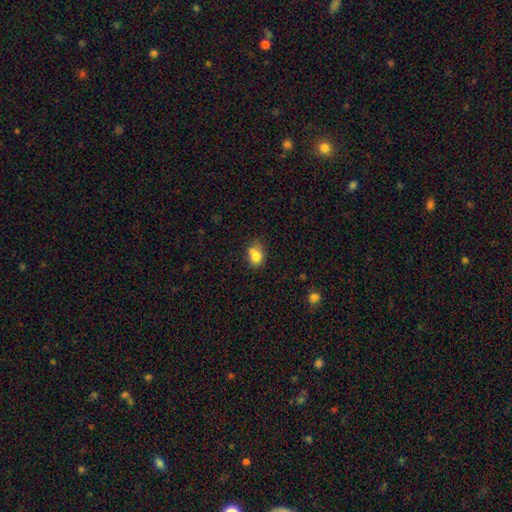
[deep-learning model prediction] A smooth galaxy with no disk features (79%) that is in between round and cigar-shaped (54%).

Vote fractions:
- Smooth or featured? smooth: 79% / featured or disk: 11% / star or artifact: 10%
- How rounded? in between: 54% / round: 45% / cigar-shaped: 1%
- Merging? none: 50% / merger: 23% / minor disturbance: 22% / major disturbance: 6%